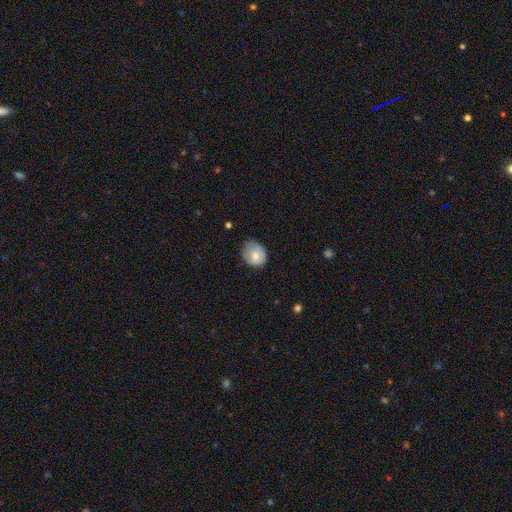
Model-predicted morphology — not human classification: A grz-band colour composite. It shows a smooth galaxy with no disk features (73%) that is round (64%). Merging: none (57%).